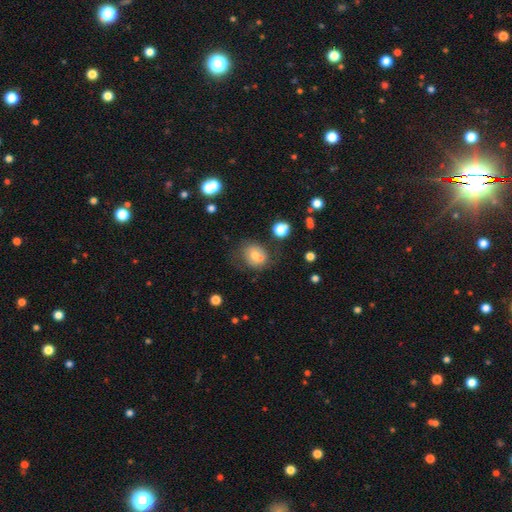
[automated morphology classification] type=smooth (65%); roundness=round (65%); merging=none (48%).